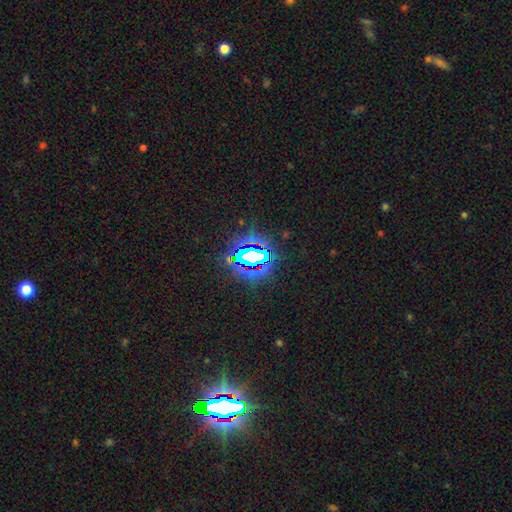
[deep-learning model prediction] smooth-or-featured: star or artifact: 70% | smooth: 16% | featured or disk: 13%